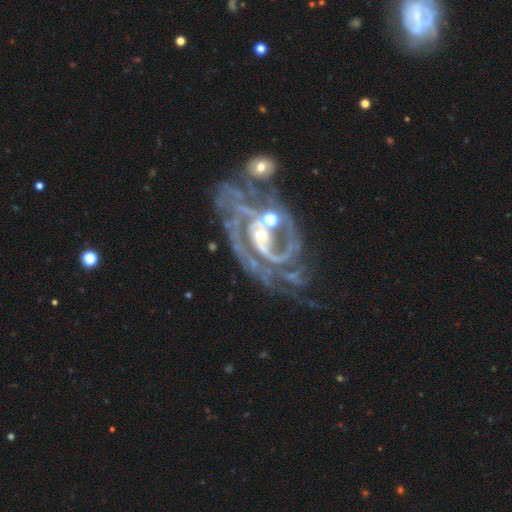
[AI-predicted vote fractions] Smooth or featured: featured or disk — 90% (star or artifact — 7%)
Edge-on disk: no — 97% (yes — 3%)
Bar: weak — 36% (no — 34%)
Spiral arms: yes — 97% (no — 3%)
Spiral winding: tight — 50% (medium — 39%)
Spiral arm count: 2 — 40% (3 — 20%)
Bulge size: small — 59% (moderate — 35%)
Merging: none — 44% (minor disturbance — 20%)